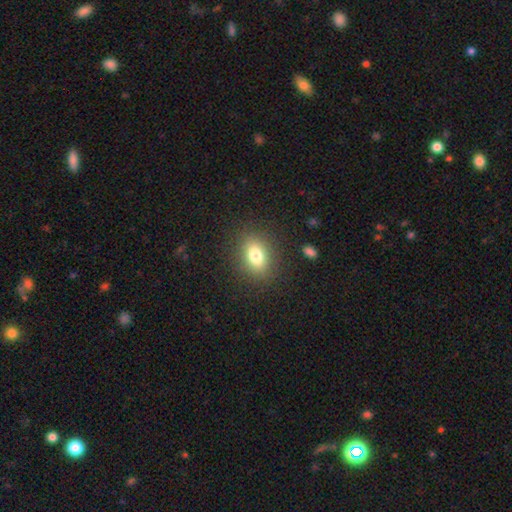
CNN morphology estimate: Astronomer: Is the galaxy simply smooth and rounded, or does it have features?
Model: smooth — 78%.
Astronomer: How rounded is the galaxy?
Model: in between — 70%.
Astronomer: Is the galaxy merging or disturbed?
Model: none — 86%.